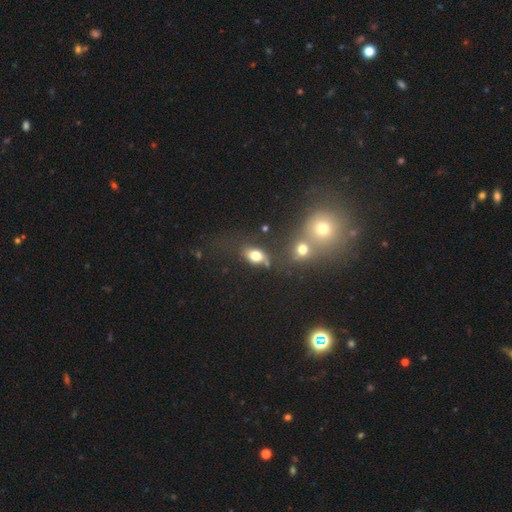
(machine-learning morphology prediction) A smooth galaxy with no disk features (75%) that is in between round and cigar-shaped (80%).

Vote fractions:
- Smooth or featured? smooth: 75% / featured or disk: 13% / star or artifact: 12%
- How rounded? in between: 80% / round: 17% / cigar-shaped: 3%
- Merging? none: 61% / minor disturbance: 19% / merger: 13% / major disturbance: 8%